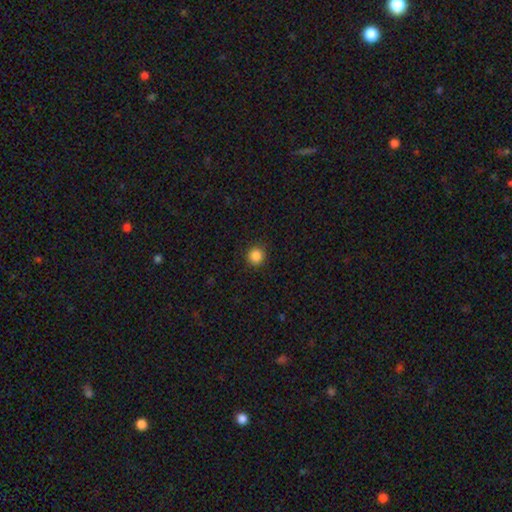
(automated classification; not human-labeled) A smooth galaxy with no disk features (86%) that is round (94%). Merging: none (92%).